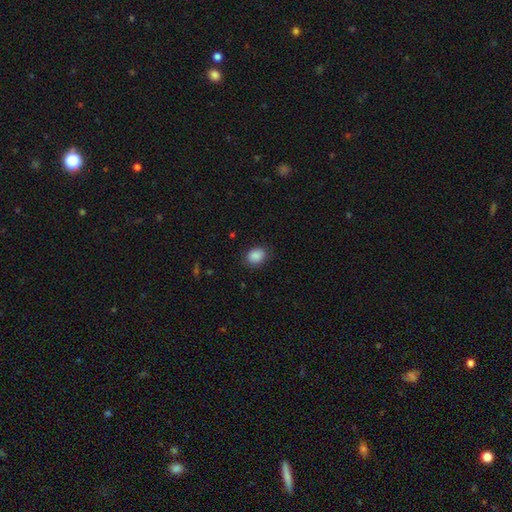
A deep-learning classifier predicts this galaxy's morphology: Q: Smooth or featured?
A: smooth (88%); runner-up: star or artifact (8%)
Q: How rounded?
A: in between (61%); runner-up: round (38%)
Q: Merging?
A: none (83%); runner-up: minor disturbance (12%)